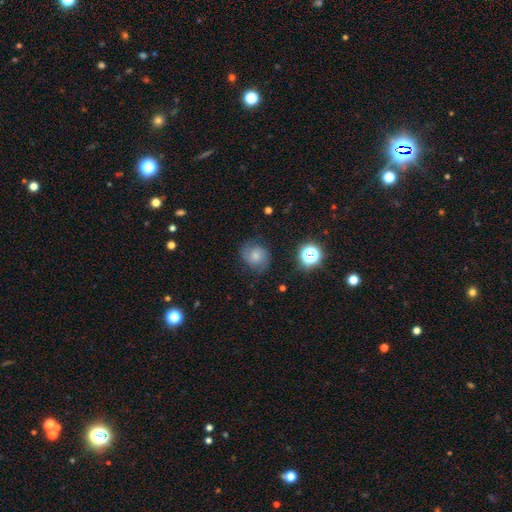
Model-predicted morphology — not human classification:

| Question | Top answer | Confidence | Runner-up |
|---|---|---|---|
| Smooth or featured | smooth | 54% | featured or disk (32%) |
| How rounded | round | 69% | in between (30%) |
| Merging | none | 70% | minor disturbance (21%) |